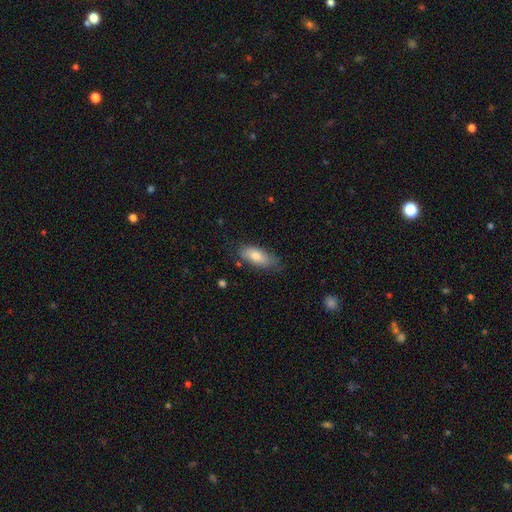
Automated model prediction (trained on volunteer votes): This appears to be a smooth galaxy with no disk features (78%) that is in between round and cigar-shaped (81%). Merging: none (67%).